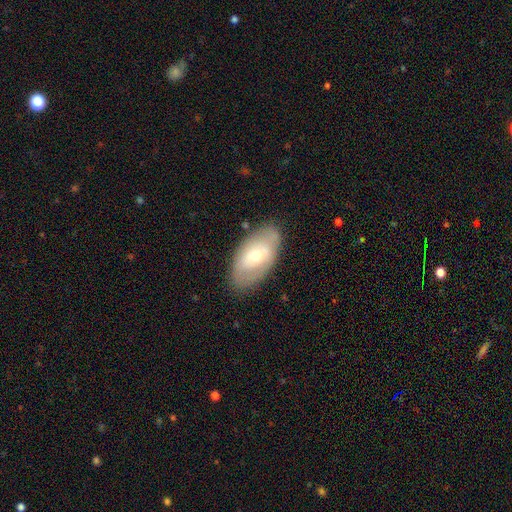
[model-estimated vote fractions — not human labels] The model was most divided on "smooth or featured": smooth: 48%, featured or disk: 46%, star or artifact: 7%. More confident: merging — none (80%).